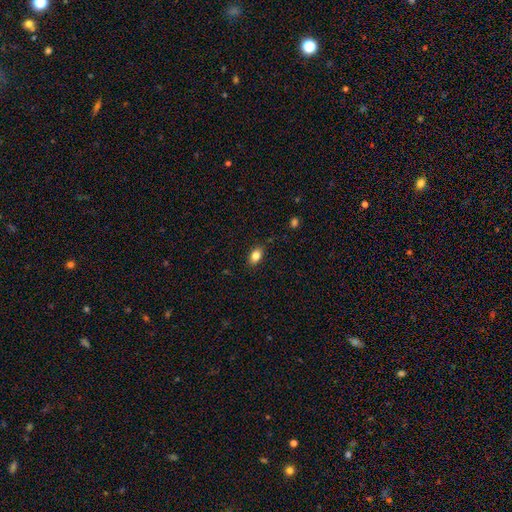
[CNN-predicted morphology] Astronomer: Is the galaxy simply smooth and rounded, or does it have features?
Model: smooth — 84%.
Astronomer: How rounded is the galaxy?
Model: in between — 87%.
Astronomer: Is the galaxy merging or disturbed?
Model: none — 86%.